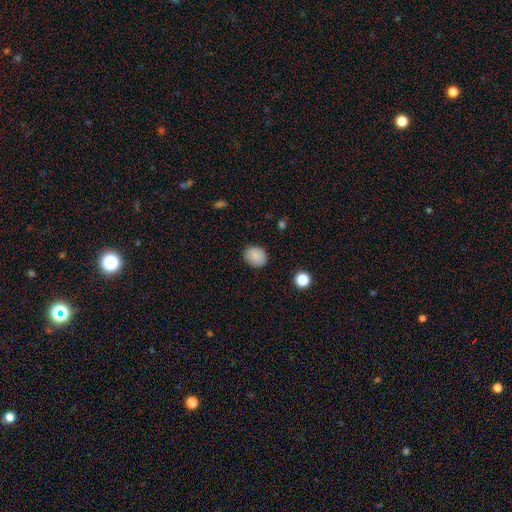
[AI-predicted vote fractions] A smooth galaxy with no disk features (87%) that is round (56%).

Vote fractions:
- Smooth or featured? smooth: 87% / star or artifact: 9% / featured or disk: 5%
- How rounded? round: 56% / in between: 43% / cigar-shaped: 1%
- Merging? none: 85% / minor disturbance: 11% / major disturbance: 3% / merger: 1%